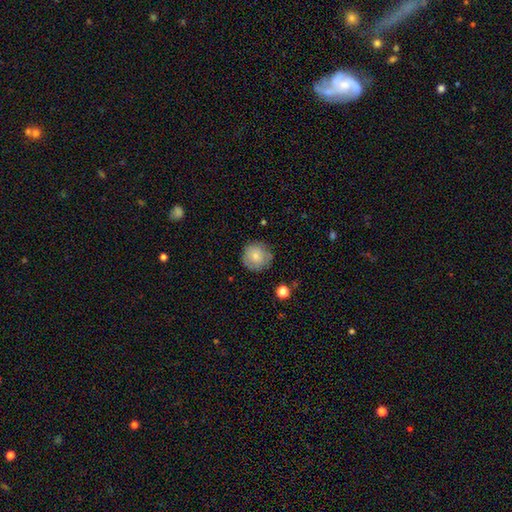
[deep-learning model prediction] This appears to be a smooth galaxy with no disk features (76%) that is round (93%). Merging: none (78%).